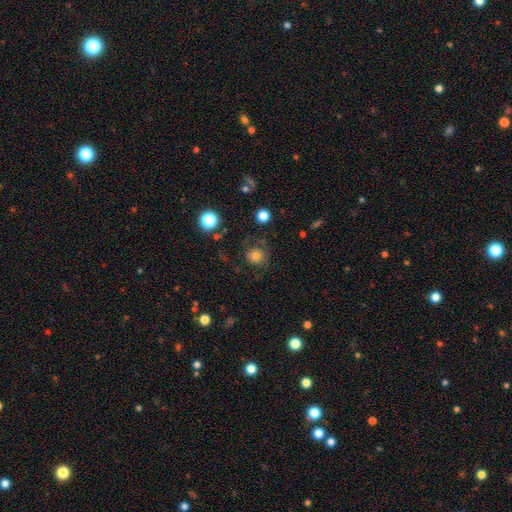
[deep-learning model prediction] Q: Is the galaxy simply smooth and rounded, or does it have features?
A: smooth — 68%.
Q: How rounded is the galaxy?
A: round — 87%.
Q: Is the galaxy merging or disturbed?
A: none — 66%.